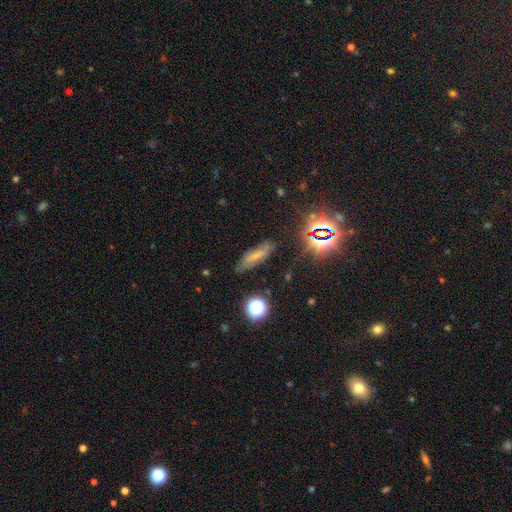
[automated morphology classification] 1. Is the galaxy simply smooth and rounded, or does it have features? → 42% smooth, 37% featured or disk, 21% star or artifact.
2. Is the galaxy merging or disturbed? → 71% none, 20% minor disturbance, 7% major disturbance, 3% merger.